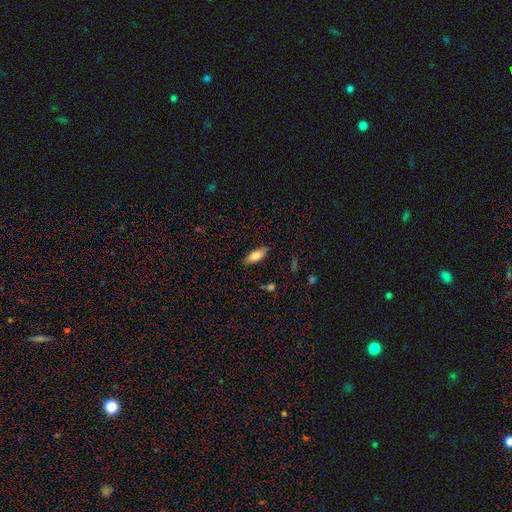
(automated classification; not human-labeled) Smooth or featured?
  - smooth: 78% *
  - featured or disk: 15%
  - star or artifact: 7%
How rounded?
  - in between: 78% *
  - cigar-shaped: 20%
  - round: 2%
Merging?
  - none: 85% *
  - minor disturbance: 12%
  - major disturbance: 2%
  - merger: 1%